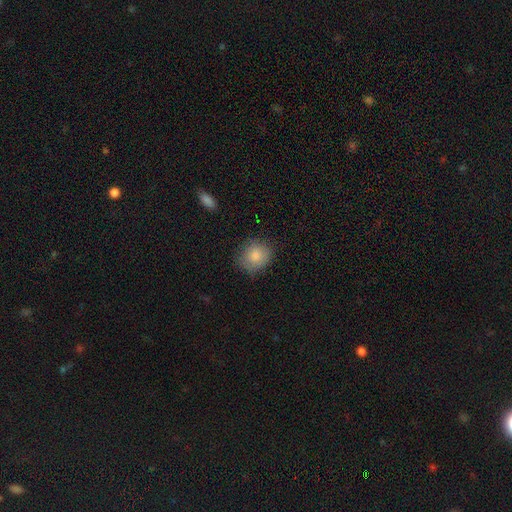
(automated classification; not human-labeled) Smooth or featured? Predicted: smooth (p=0.83). How rounded? Predicted: round (p=0.78). Merging? Predicted: none (p=0.79).